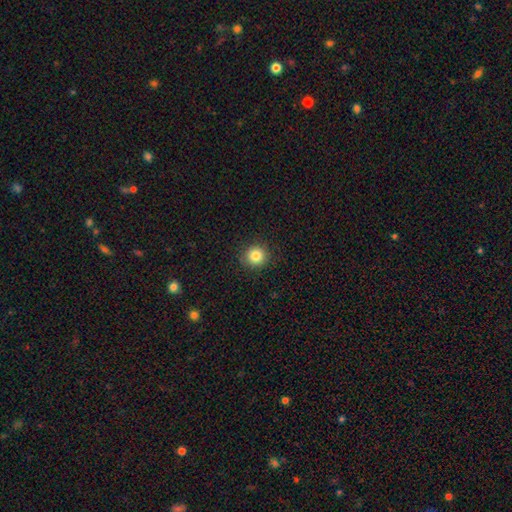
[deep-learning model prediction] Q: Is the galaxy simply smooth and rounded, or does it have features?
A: smooth — 83%.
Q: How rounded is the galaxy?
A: round — 91%.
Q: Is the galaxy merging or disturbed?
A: none — 90%.